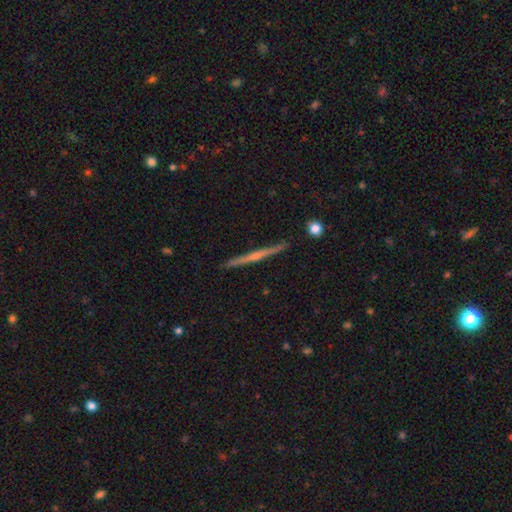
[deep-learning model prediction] A featured or disk galaxy (70%) viewed edge-on (98%) with a rounded central bulge (48%). Merging: none (91%).